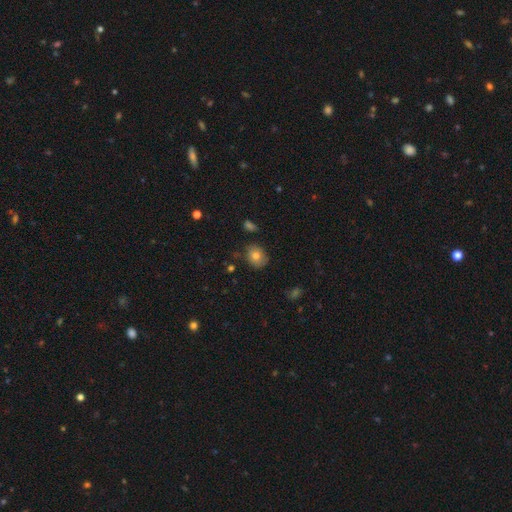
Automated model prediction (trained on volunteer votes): The model was most divided on "how rounded": round: 58%, in between: 41%, cigar-shaped: 1%. More confident: merging — none (77%); smooth or featured — smooth (76%).